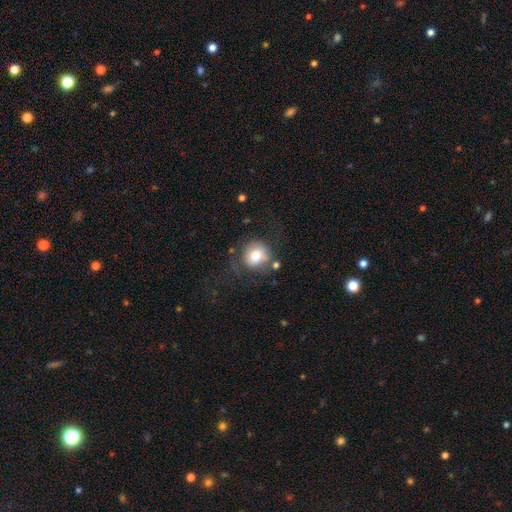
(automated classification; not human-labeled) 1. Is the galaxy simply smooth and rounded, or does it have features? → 75% smooth, 17% featured or disk, 8% star or artifact.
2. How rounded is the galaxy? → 77% round, 22% in between, 1% cigar-shaped.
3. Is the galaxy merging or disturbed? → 52% none, 22% minor disturbance, 19% major disturbance, 7% merger.